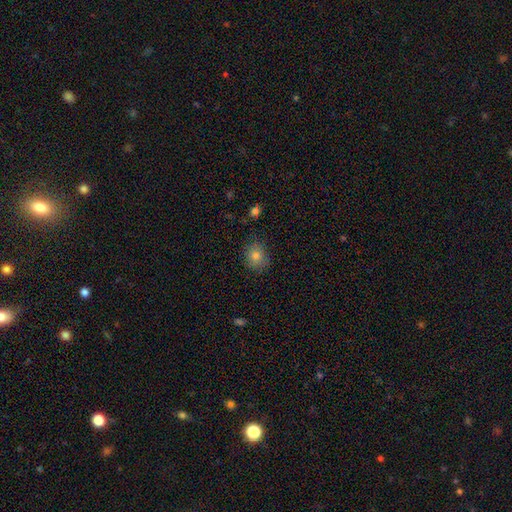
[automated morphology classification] Smooth or featured? Predicted: smooth (p=0.79). How rounded? Predicted: round (p=0.70). Merging? Predicted: none (p=0.84).